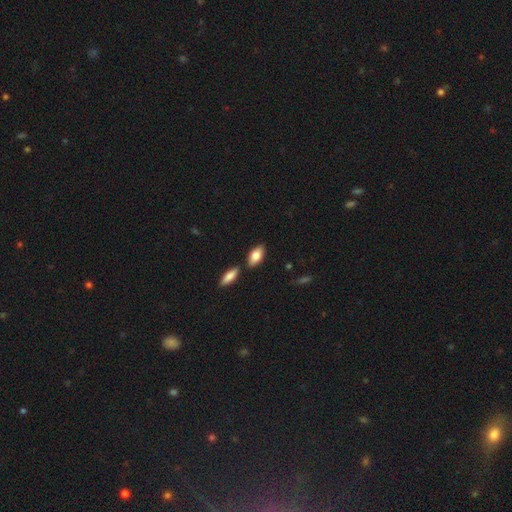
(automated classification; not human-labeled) Morphology: type=smooth (80%); roundness=in between (89%); merging=none (76%).